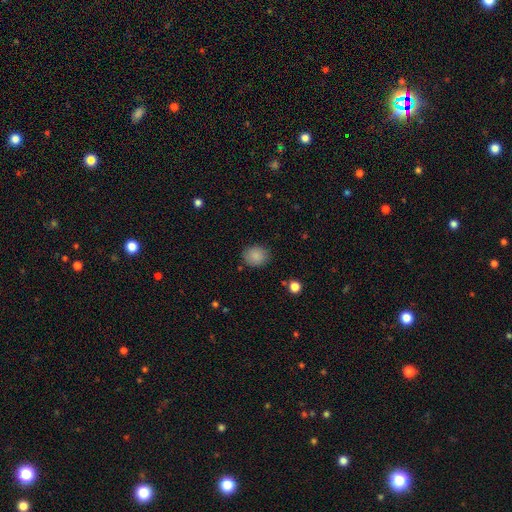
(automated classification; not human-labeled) smooth_or_featured: smooth (p=0.86) [alt: star or artifact p=0.08]
how_rounded: round (p=0.66) [alt: in between p=0.33]
merging: none (p=0.84) [alt: minor disturbance p=0.12]